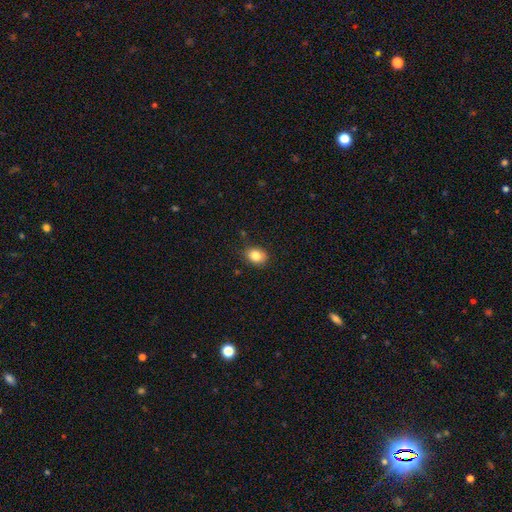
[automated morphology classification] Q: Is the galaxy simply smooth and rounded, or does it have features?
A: smooth — 83%.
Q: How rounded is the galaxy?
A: in between — 60%.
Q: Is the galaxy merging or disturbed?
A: none — 83%.